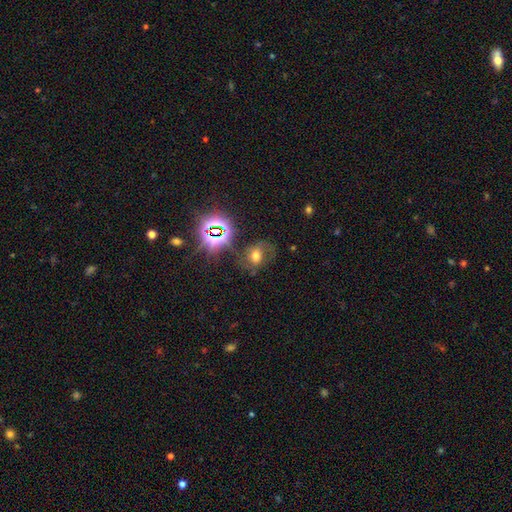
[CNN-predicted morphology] Smooth or featured? smooth (36%)
Merging? none (58%)